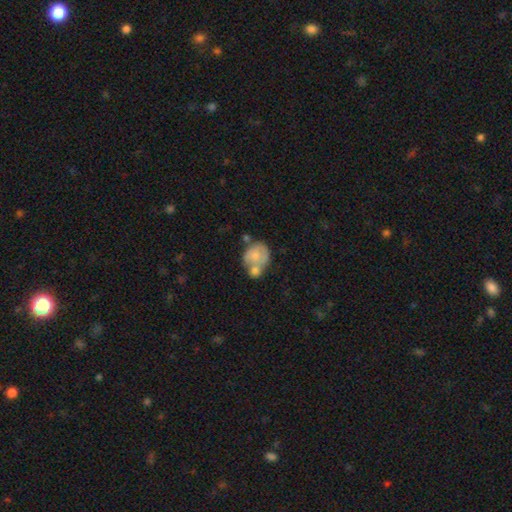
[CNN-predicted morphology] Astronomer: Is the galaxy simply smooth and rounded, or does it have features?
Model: smooth — 60%.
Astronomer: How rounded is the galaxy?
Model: round — 57% (runner-up: in between, 42%).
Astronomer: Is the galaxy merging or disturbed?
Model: merger — 50% (runner-up: none, 26%).